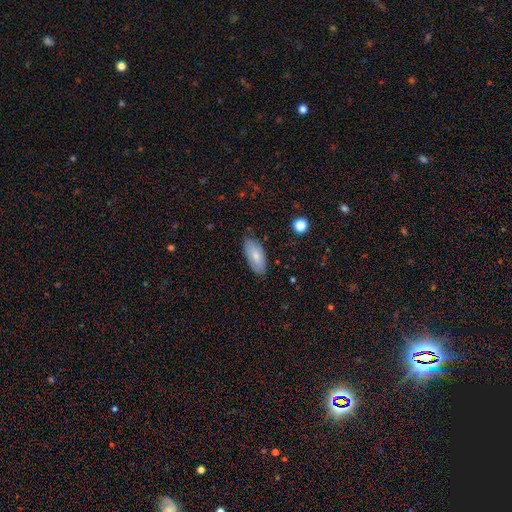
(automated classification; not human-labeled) Smooth or featured?
  - smooth: 75% *
  - featured or disk: 18%
  - star or artifact: 6%
How rounded?
  - in between: 89% *
  - cigar-shaped: 9%
  - round: 2%
Merging?
  - none: 81% *
  - minor disturbance: 15%
  - major disturbance: 3%
  - merger: 1%